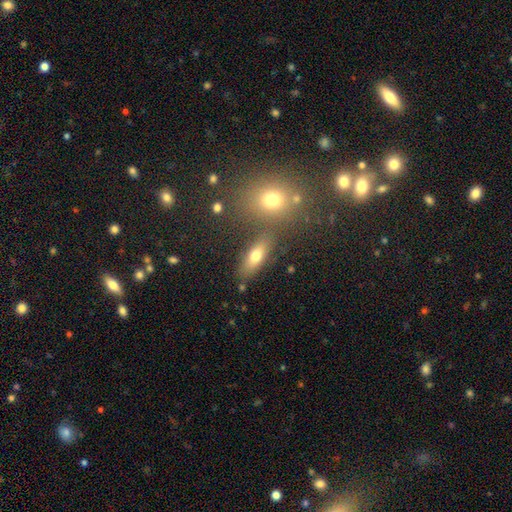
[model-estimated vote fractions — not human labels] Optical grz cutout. It shows a smooth galaxy with no disk features (68%) that is in between round and cigar-shaped (65%). Merging: none (73%).